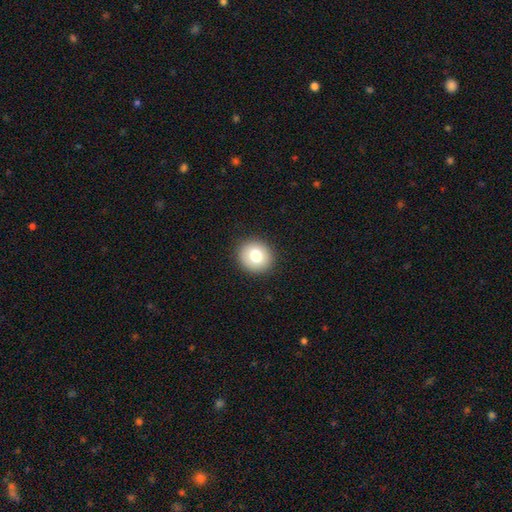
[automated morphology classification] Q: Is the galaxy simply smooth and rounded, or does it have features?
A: smooth — 77%.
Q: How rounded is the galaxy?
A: round — 88%.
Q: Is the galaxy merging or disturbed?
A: none — 91%.